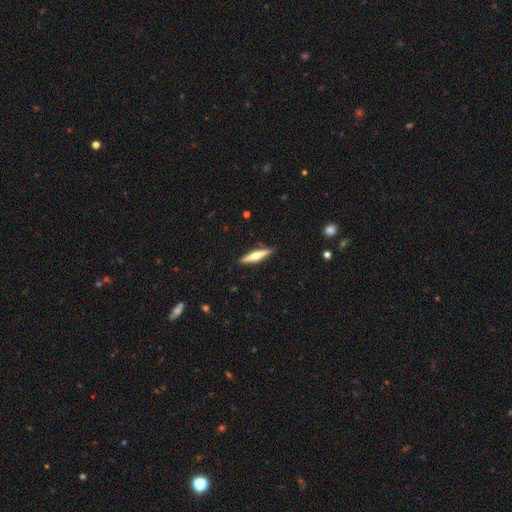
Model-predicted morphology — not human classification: smooth_or_featured: featured or disk (p=0.50) [alt: smooth p=0.44]
disk_edge_on: yes (p=0.96) [alt: no p=0.04]
merging: none (p=0.89) [alt: minor disturbance p=0.08]